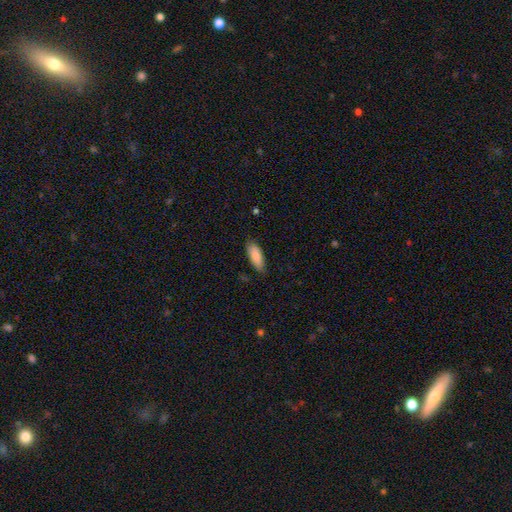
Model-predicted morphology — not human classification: A smooth galaxy with no disk features (86%) that is in between round and cigar-shaped (72%). Merging: none (81%).